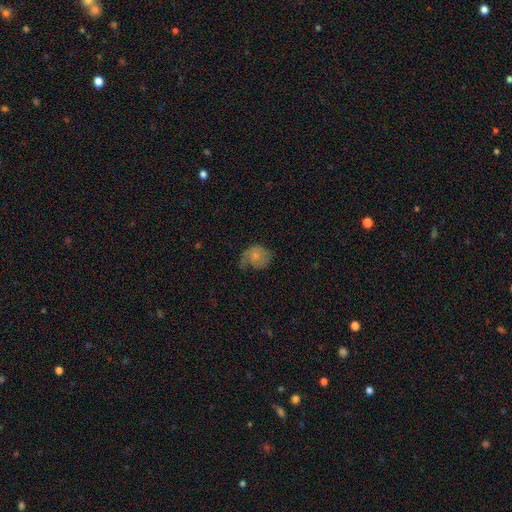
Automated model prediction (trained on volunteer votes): Overall: smooth (48%; featured or disk 44%). Merging: none (39%; minor disturbance 32%).